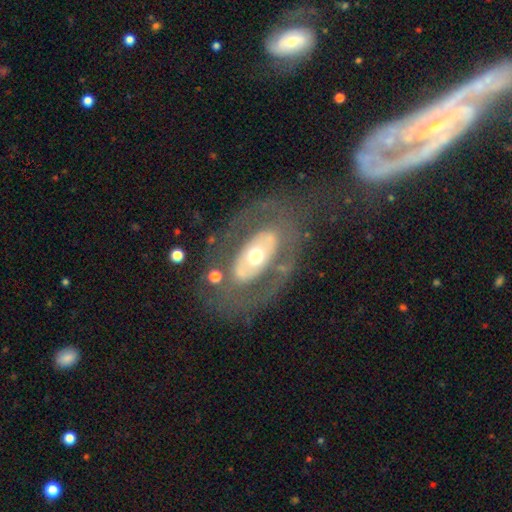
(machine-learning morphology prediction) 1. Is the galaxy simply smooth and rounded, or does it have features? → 68% featured or disk, 27% smooth, 6% star or artifact.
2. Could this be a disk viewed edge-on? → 91% no, 9% yes.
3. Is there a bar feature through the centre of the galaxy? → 78% no, 13% weak, 9% strong.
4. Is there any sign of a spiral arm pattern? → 75% no, 25% yes.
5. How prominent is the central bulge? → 67% moderate, 16% large, 14% small, 2% dominant, 1% none.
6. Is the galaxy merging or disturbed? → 71% none, 14% minor disturbance, 13% major disturbance, 3% merger.